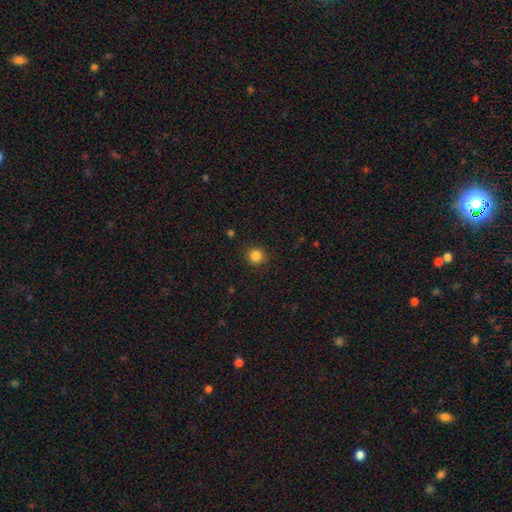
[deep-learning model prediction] Q: Smooth or featured?
A: smooth (84%); runner-up: star or artifact (12%)
Q: How rounded?
A: round (93%); runner-up: in between (6%)
Q: Merging?
A: none (91%); runner-up: minor disturbance (6%)